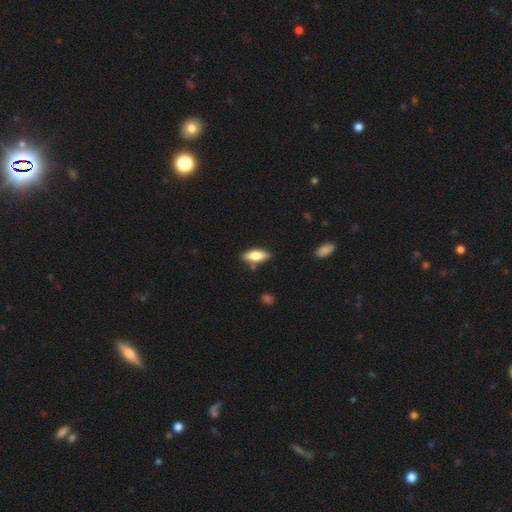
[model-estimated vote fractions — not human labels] Q: Smooth or featured?
A: smooth (72%); runner-up: featured or disk (22%)
Q: How rounded?
A: in between (74%); runner-up: cigar-shaped (24%)
Q: Merging?
A: none (82%); runner-up: minor disturbance (12%)